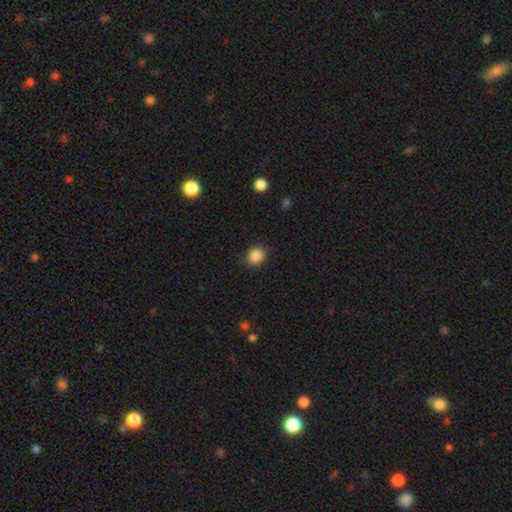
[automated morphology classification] Smooth or featured? smooth (87%)
How rounded? round (71%)
Merging? none (87%)